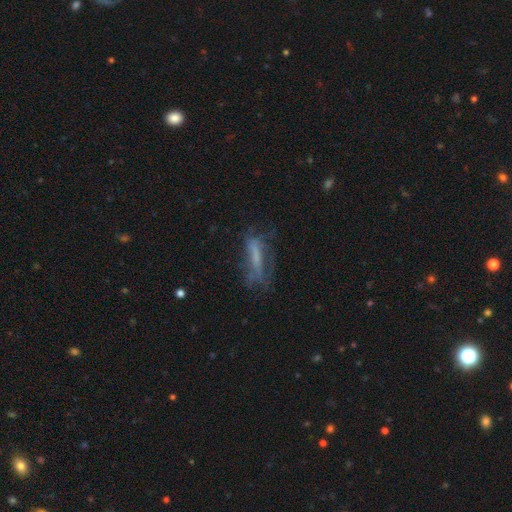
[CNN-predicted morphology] Smooth or featured: featured or disk — 44% (smooth — 42%)
Merging: none — 46% (major disturbance — 26%)